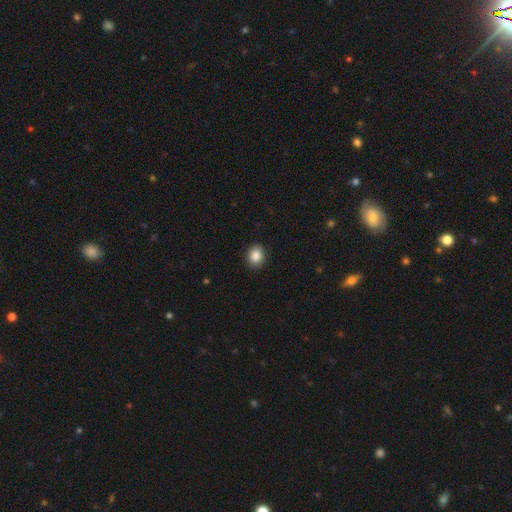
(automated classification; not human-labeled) Q: Smooth or featured?
A: smooth (88%); runner-up: star or artifact (9%)
Q: How rounded?
A: round (58%); runner-up: in between (41%)
Q: Merging?
A: none (89%); runner-up: minor disturbance (8%)